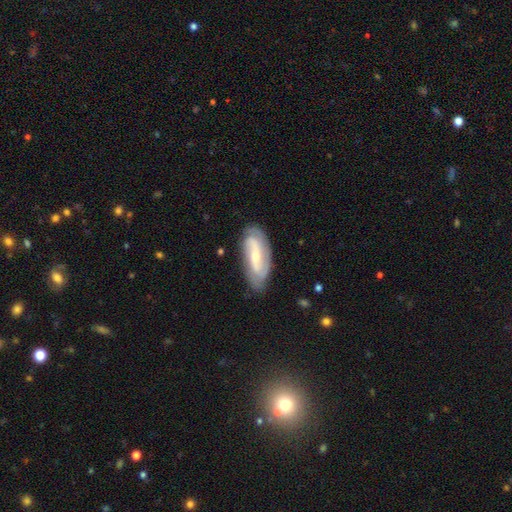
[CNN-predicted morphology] Smooth or featured?
  - featured or disk: 78% *
  - smooth: 16%
  - star or artifact: 5%
Edge-on disk?
  - no: 92% *
  - yes: 8%
Bar?
  - weak: 38% *
  - strong: 33%
  - no: 29%
Spiral arms?
  - yes: 92% *
  - no: 8%
Spiral winding?
  - tight: 42% *
  - medium: 38%
  - loose: 19%
Spiral arm count?
  - 2: 67% *
  - can't tell: 18%
  - 3: 8%
  - 1: 3%
  - 4: 2%
  - more than 4: 2%
Bulge size?
  - small: 62% *
  - moderate: 34%
  - large: 2%
  - none: 1%
  - dominant: 1%
Merging?
  - none: 79% *
  - minor disturbance: 16%
  - major disturbance: 4%
  - merger: 1%